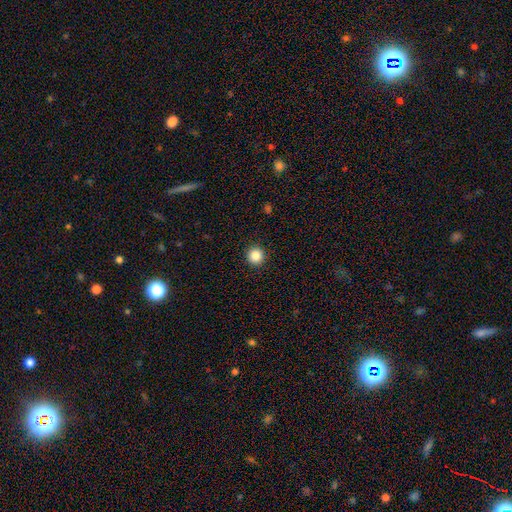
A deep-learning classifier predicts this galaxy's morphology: Smooth or featured: smooth — 86% (star or artifact — 10%)
How rounded: round — 95% (in between — 4%)
Merging: none — 93% (minor disturbance — 4%)